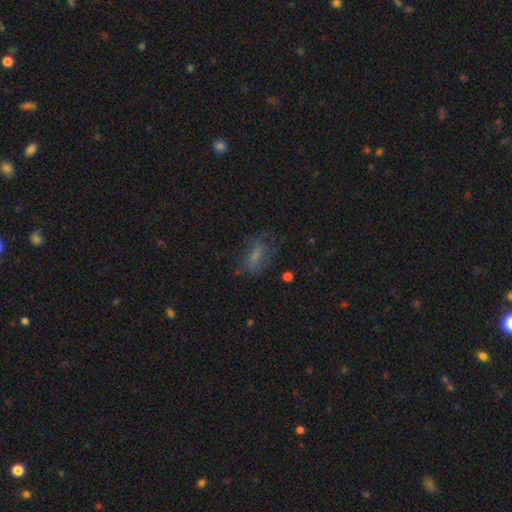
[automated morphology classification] Q: Smooth or featured?
A: smooth (61%); runner-up: featured or disk (24%)
Q: How rounded?
A: in between (79%); runner-up: cigar-shaped (12%)
Q: Merging?
A: none (55%); runner-up: minor disturbance (24%)